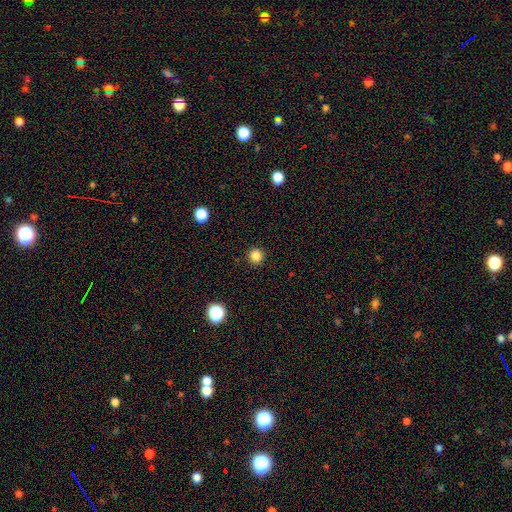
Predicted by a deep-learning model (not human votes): This appears to be a smooth galaxy with no disk features (84%) that is round (94%). Merging: none (93%).